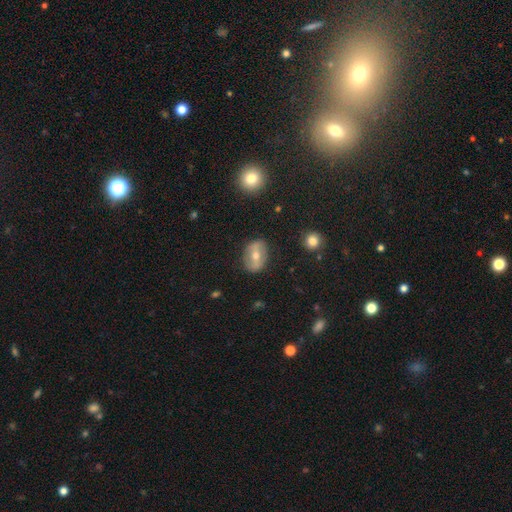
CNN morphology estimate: featured or disk 54%, smooth 38%, star or artifact 8%. Down the decision tree: edge-on disk — no (88%); merging — none (82%).